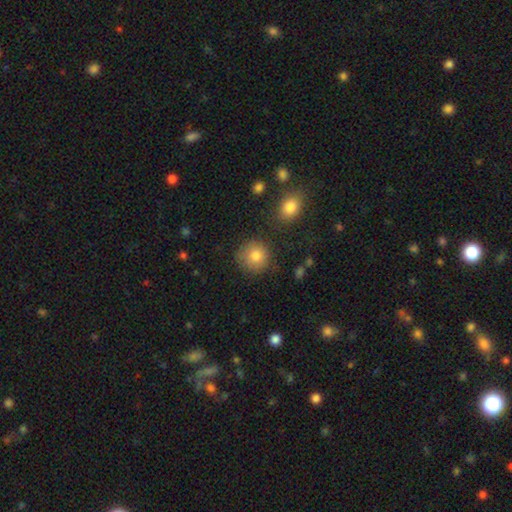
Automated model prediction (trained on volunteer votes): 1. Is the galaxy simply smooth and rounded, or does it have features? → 82% smooth, 10% star or artifact, 8% featured or disk.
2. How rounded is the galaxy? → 91% round, 8% in between, 1% cigar-shaped.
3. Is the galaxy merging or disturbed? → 81% none, 12% minor disturbance, 4% merger, 4% major disturbance.